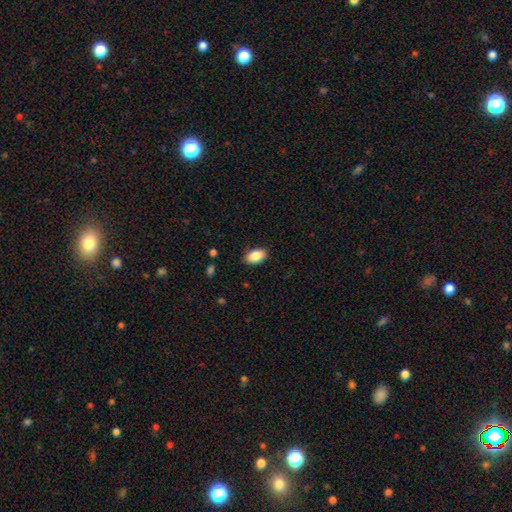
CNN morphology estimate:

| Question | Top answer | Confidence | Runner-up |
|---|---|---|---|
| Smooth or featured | smooth | 87% | star or artifact (7%) |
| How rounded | in between | 92% | round (6%) |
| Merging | none | 87% | minor disturbance (10%) |